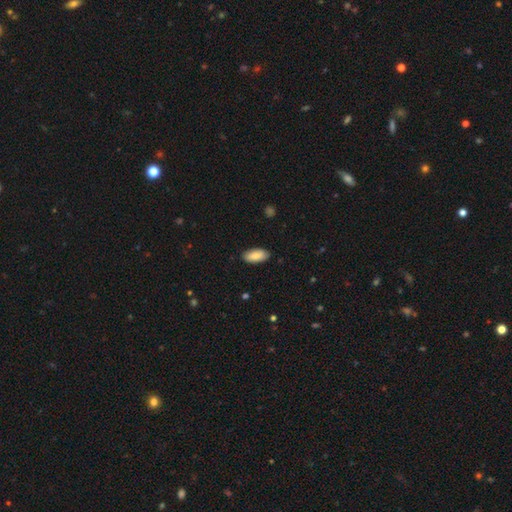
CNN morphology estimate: smooth-or-featured: smooth: 85% | featured or disk: 10% | star or artifact: 6%
  how-rounded: in between: 92% | cigar-shaped: 6% | round: 2%
  merging: none: 87% | minor disturbance: 11% | major disturbance: 2% | merger: 1%